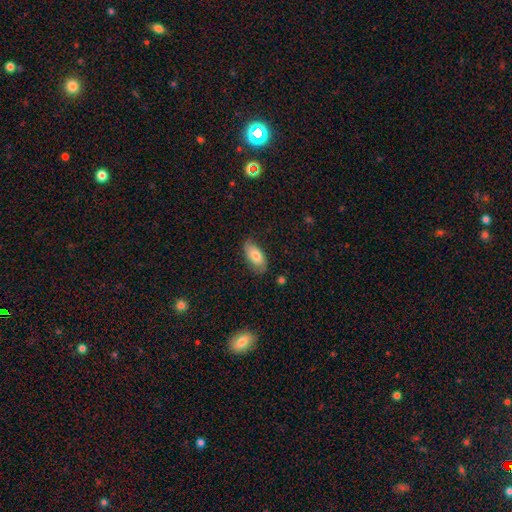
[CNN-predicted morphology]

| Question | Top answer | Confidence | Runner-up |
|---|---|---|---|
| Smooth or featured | smooth | 72% | featured or disk (22%) |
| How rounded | in between | 91% | cigar-shaped (6%) |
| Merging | none | 76% | minor disturbance (19%) |